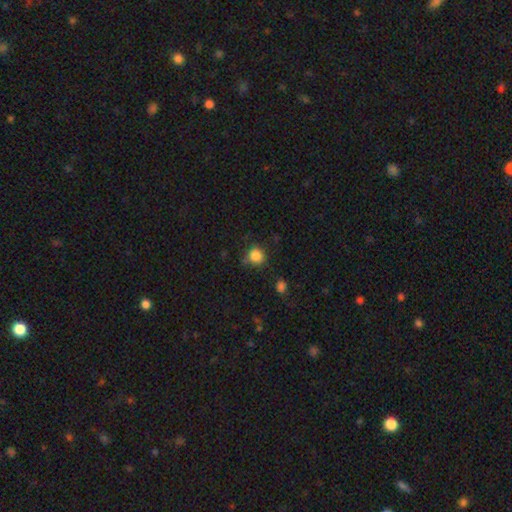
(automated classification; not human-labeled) Overall: smooth (85%). How rounded: round (87%). Merging: none (77%).